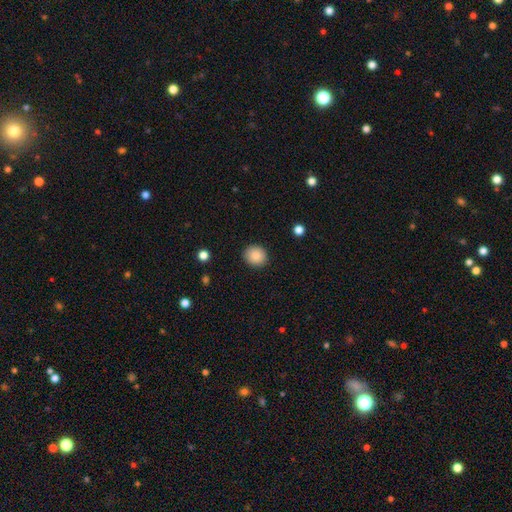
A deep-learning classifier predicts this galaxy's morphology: This is clearly a smooth galaxy (87%). How rounded: clearly round (86%). Merging: clearly none (90%).